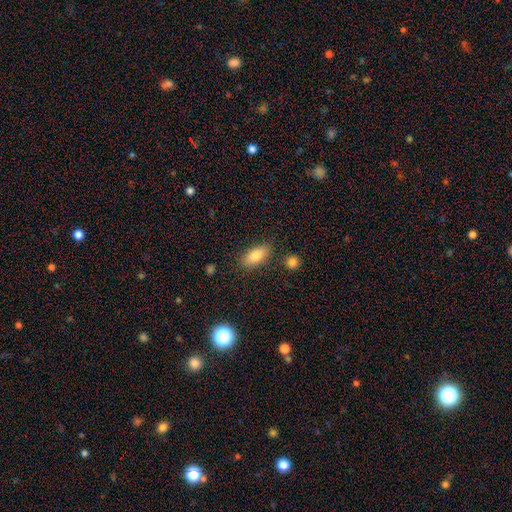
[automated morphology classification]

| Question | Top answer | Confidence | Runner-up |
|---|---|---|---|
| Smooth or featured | smooth | 80% | featured or disk (12%) |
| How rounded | in between | 85% | cigar-shaped (11%) |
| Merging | none | 83% | minor disturbance (11%) |